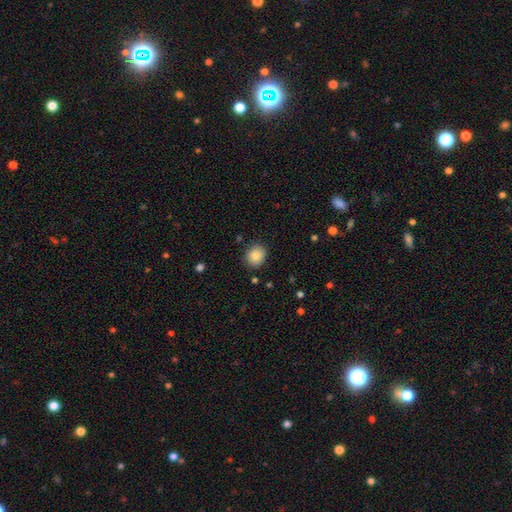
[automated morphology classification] This is clearly a smooth galaxy (86%). How rounded: likely round (72%). Merging: clearly none (86%).